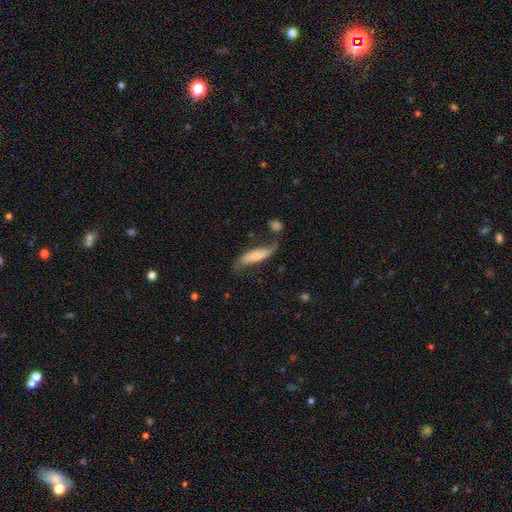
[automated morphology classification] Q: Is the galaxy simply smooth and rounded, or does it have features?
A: smooth — 58%.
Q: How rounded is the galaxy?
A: cigar-shaped — 65%.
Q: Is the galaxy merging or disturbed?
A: none — 48%.